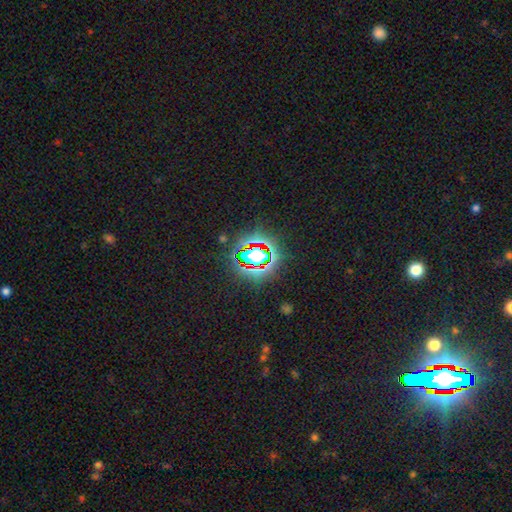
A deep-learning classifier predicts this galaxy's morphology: Smooth or featured? Predicted: star or artifact (p=0.72).